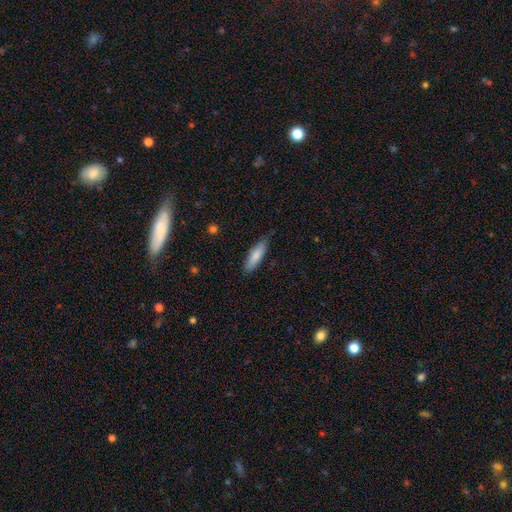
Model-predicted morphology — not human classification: Q: Smooth or featured?
A: smooth (80%); runner-up: featured or disk (14%)
Q: How rounded?
A: cigar-shaped (57%); runner-up: in between (41%)
Q: Merging?
A: none (81%); runner-up: minor disturbance (16%)